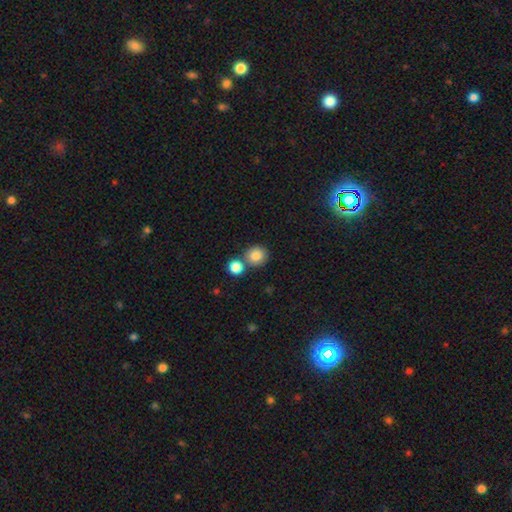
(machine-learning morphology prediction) Smooth or featured? smooth (84%)
How rounded? round (89%)
Merging? none (68%)